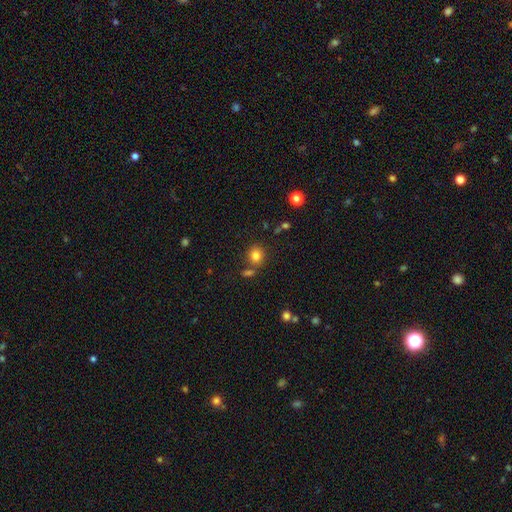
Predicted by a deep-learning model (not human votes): This is clearly a smooth galaxy (81%). How rounded: likely round (78%). Merging: likely none (74%).